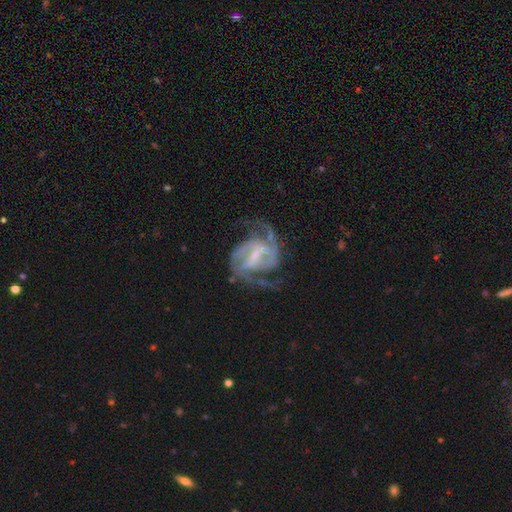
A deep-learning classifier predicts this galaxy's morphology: This is clearly a featured or disk galaxy (90%). It is clearly not viewed edge-on (98%). Bar: possibly strong (45%). Spiral arm pattern: clearly yes (97%). Spiral arm count: likely 2 (73%). Spiral winding: possibly medium (57%). Central bulge: possibly small (50%). Merging: likely none (62%).